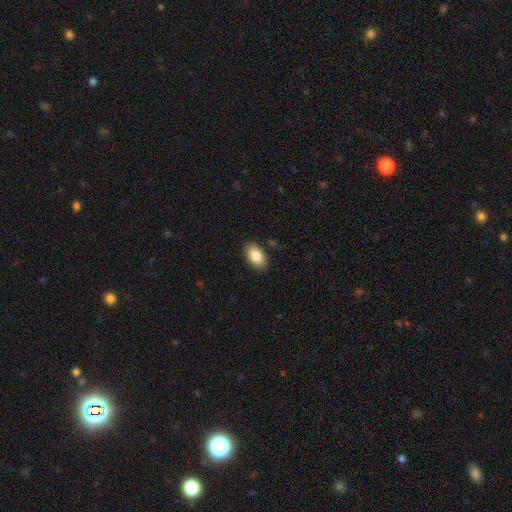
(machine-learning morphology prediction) type=smooth (87%); roundness=in between (94%); merging=none (87%).